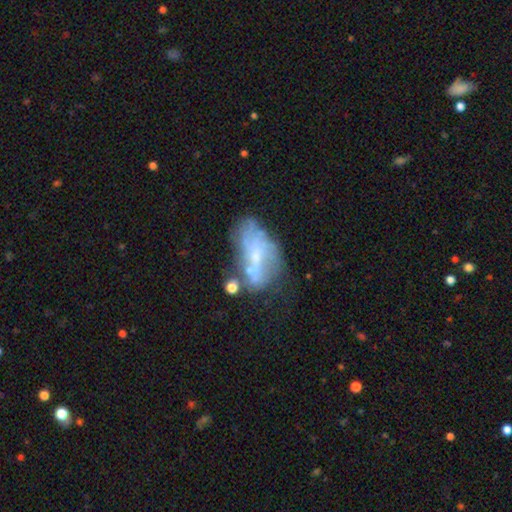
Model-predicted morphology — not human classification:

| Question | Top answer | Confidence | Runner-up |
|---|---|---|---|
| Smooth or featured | featured or disk | 59% | smooth (30%) |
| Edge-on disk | no | 93% | yes (7%) |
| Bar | no | 59% | weak (31%) |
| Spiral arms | no | 58% | yes (42%) |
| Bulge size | small | 53% | moderate (25%) |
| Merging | none | 37% | minor disturbance (23%) |